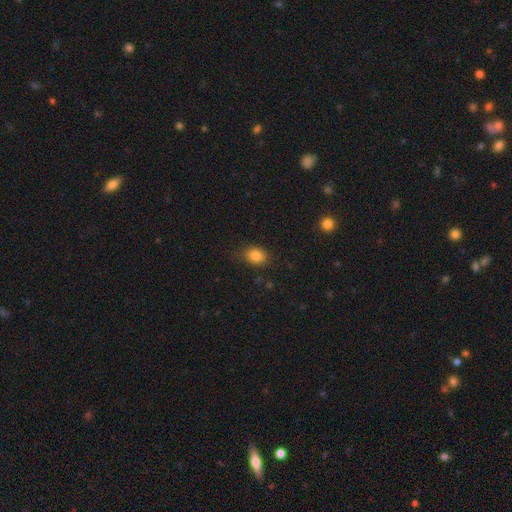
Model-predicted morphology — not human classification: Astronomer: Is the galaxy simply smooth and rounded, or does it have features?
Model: smooth — 83%.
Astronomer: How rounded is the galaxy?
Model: in between — 59% (runner-up: round, 40%).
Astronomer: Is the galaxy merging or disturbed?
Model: none — 81%.